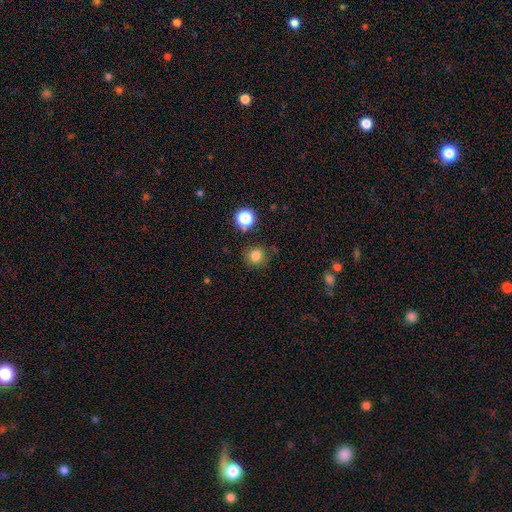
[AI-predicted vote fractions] Overall: smooth (80%). How rounded: round (90%). Merging: none (82%).